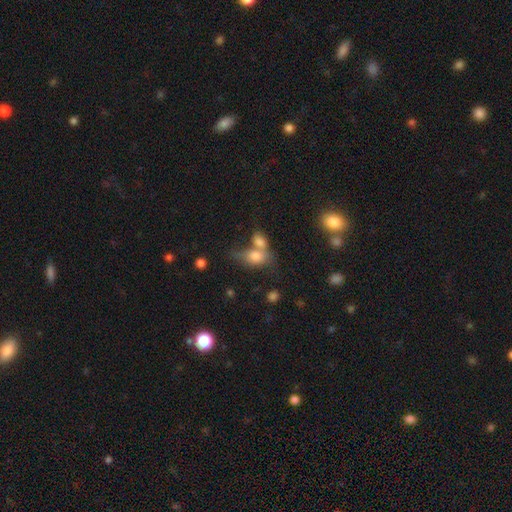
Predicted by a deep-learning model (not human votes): A smooth galaxy with no disk features (76%) that is in between round and cigar-shaped (81%).

Vote fractions:
- Smooth or featured? smooth: 76% / featured or disk: 15% / star or artifact: 9%
- How rounded? in between: 81% / round: 15% / cigar-shaped: 3%
- Merging? merger: 56% / none: 24% / minor disturbance: 11% / major disturbance: 8%